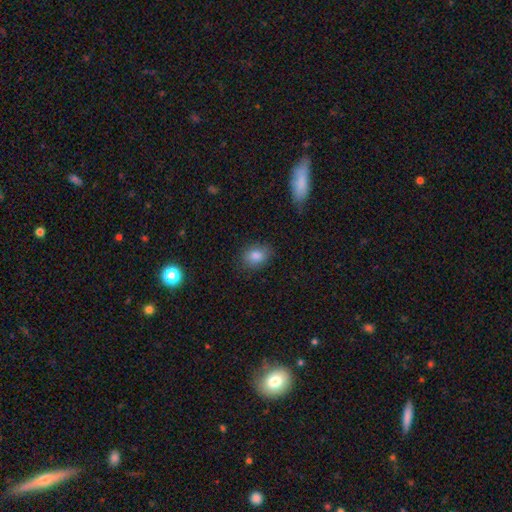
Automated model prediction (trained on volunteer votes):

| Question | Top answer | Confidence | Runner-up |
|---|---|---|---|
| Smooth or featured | smooth | 84% | star or artifact (10%) |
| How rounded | in between | 68% | round (31%) |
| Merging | none | 81% | minor disturbance (14%) |